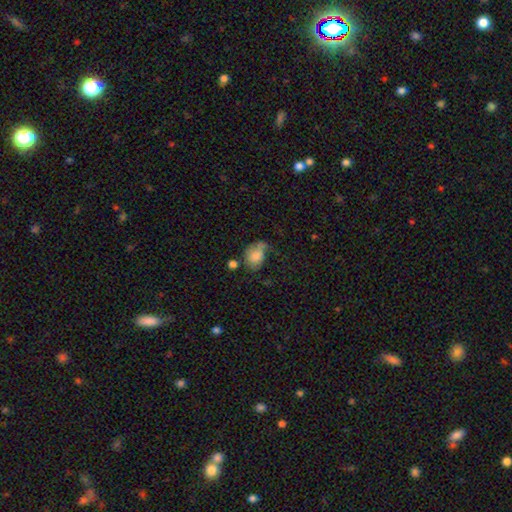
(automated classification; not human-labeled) smooth 74%, featured or disk 17%, star or artifact 9%. Down the decision tree: how rounded — in between (61%); merging — none (32%).